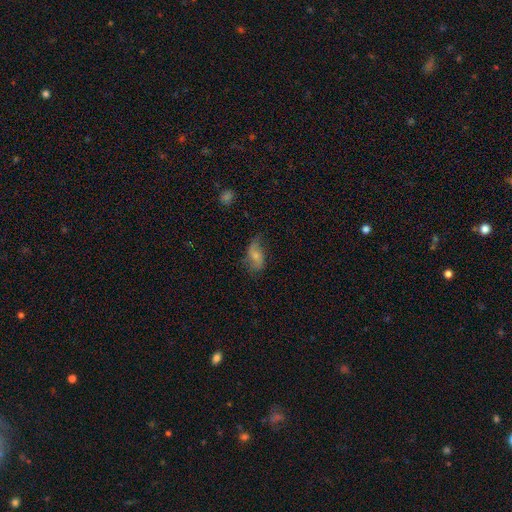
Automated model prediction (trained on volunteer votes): A smooth galaxy with no disk features (50%) that is in between round and cigar-shaped (90%).

Vote fractions:
- Smooth or featured? smooth: 50% / featured or disk: 41% / star or artifact: 9%
- How rounded? in between: 90% / round: 7% / cigar-shaped: 3%
- Merging? none: 49% / minor disturbance: 32% / major disturbance: 17% / merger: 2%